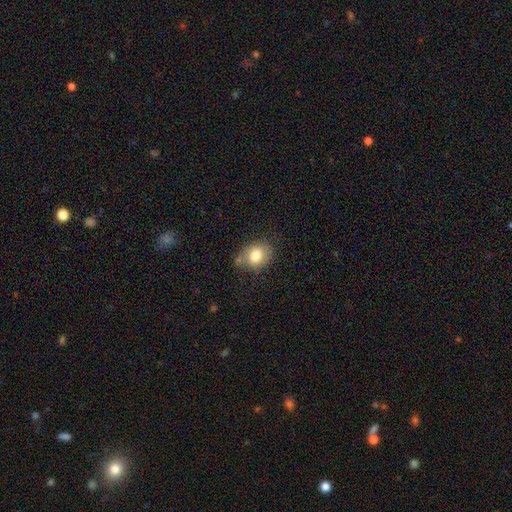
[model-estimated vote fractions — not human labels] smooth-or-featured: smooth: 77% | featured or disk: 15% | star or artifact: 8%
  how-rounded: in between: 64% | round: 35% | cigar-shaped: 1%
  merging: none: 62% | minor disturbance: 25% | major disturbance: 7% | merger: 6%